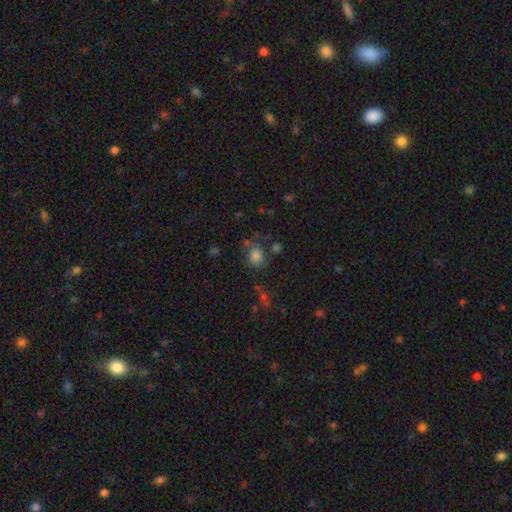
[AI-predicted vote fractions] smooth_or_featured: smooth (p=0.78) [alt: star or artifact p=0.12]
how_rounded: in between (p=0.52) [alt: round p=0.47]
merging: none (p=0.60) [alt: minor disturbance p=0.20]